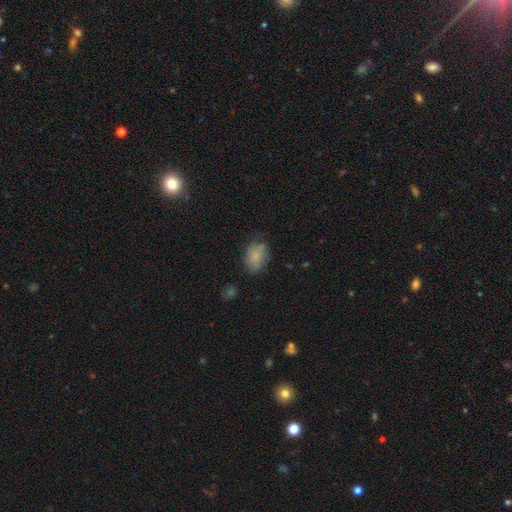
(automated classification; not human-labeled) Smooth or featured? Predicted: smooth (p=0.76). How rounded? Predicted: in between (p=0.77). Merging? Predicted: none (p=0.63).